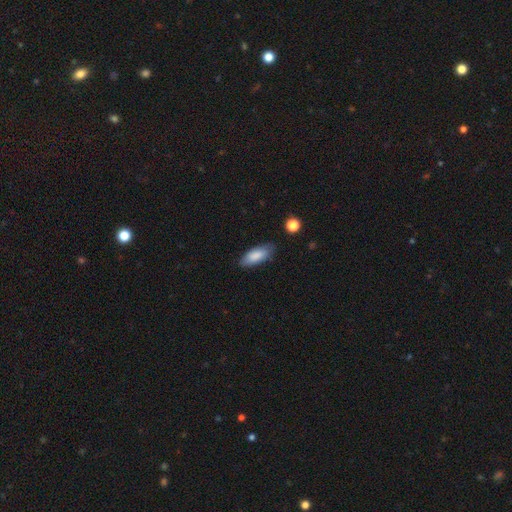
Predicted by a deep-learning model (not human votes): smooth 84%, featured or disk 9%, star or artifact 6%. Down the decision tree: how rounded — in between (78%); merging — none (78%).